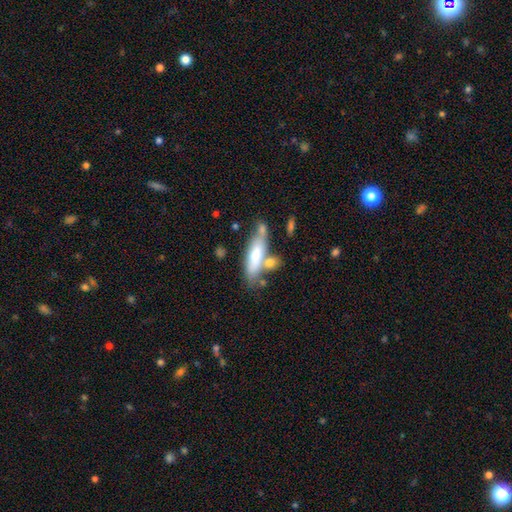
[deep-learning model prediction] The model was most divided on "how rounded": cigar-shaped: 60%, in between: 38%, round: 2%. More confident: smooth or featured — smooth (65%); merging — none (53%).